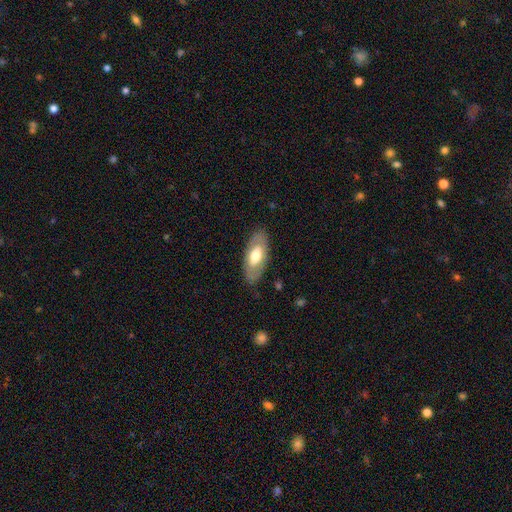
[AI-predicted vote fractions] The model was most divided on "smooth or featured": smooth: 55%, featured or disk: 39%, star or artifact: 6%. More confident: how rounded — in between (88%); merging — none (83%).